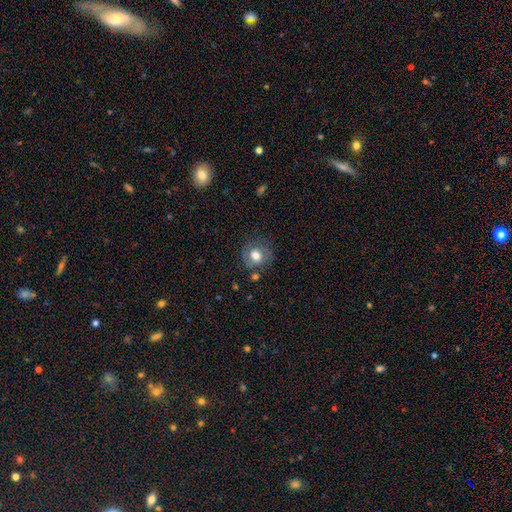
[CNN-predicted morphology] A smooth galaxy with no disk features (70%) that is round (78%).

Vote fractions:
- Smooth or featured? smooth: 70% / featured or disk: 20% / star or artifact: 10%
- How rounded? round: 78% / in between: 21% / cigar-shaped: 1%
- Merging? none: 70% / minor disturbance: 19% / major disturbance: 7% / merger: 4%